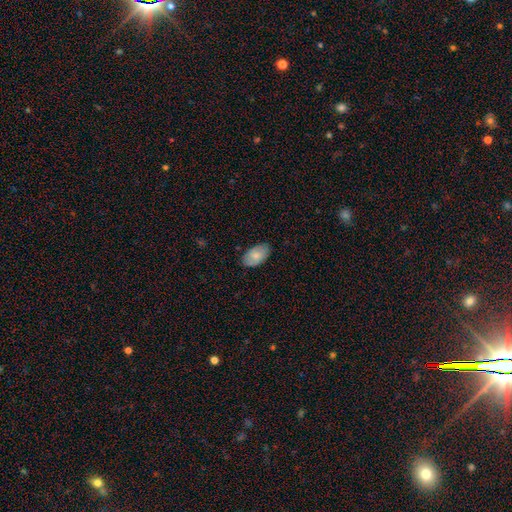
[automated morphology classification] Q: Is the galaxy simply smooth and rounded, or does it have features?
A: smooth — 75%.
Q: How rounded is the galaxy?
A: in between — 94%.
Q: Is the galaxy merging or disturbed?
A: none — 81%.